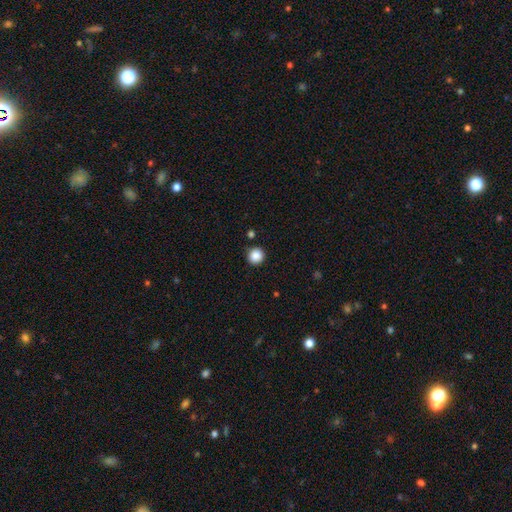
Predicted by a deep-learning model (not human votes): Smooth or featured?
  - smooth: 87% *
  - star or artifact: 10%
  - featured or disk: 3%
How rounded?
  - round: 95% *
  - in between: 4%
  - cigar-shaped: 1%
Merging?
  - none: 90% *
  - minor disturbance: 6%
  - merger: 2%
  - major disturbance: 2%